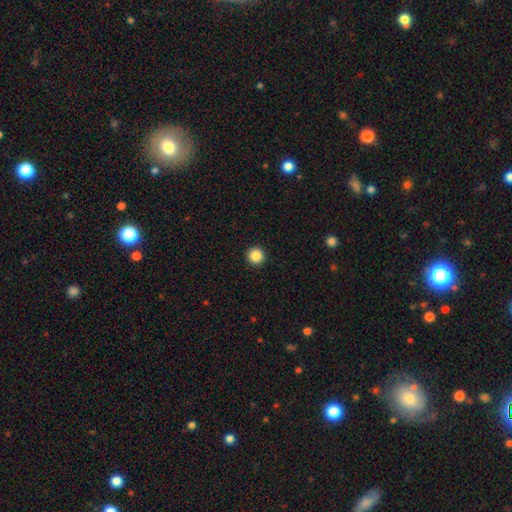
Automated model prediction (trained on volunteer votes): Morphology: type=smooth (87%); roundness=round (96%); merging=none (94%).